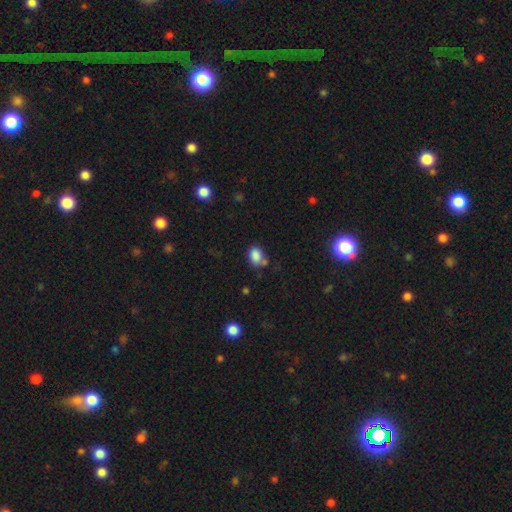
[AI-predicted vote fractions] Morphology: type=smooth (84%); roundness=in between (68%); merging=none (58%).